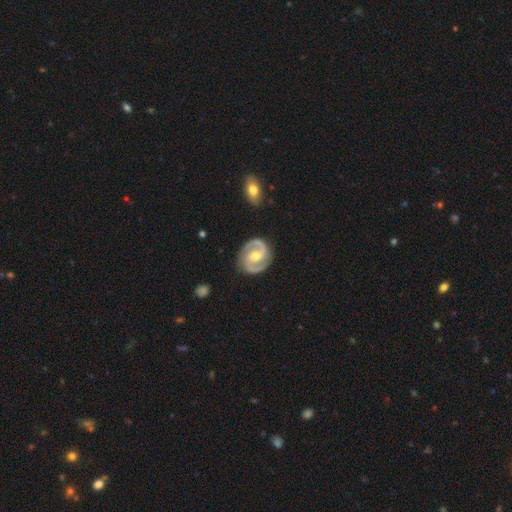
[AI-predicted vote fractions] Smooth or featured? Predicted: featured or disk (p=0.91). Edge-on disk? Predicted: no (p=0.98). Bar? Predicted: no (p=0.42). Spiral arms? Predicted: yes (p=0.98). Spiral winding? Predicted: medium (p=0.55). Spiral arm count? Predicted: 2 (p=0.94). Bulge size? Predicted: moderate (p=0.62). Merging? Predicted: none (p=0.85).